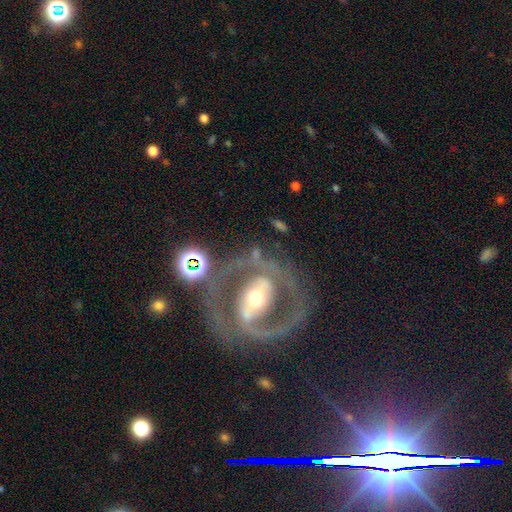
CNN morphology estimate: Q: Smooth or featured?
A: featured or disk (79%); runner-up: smooth (13%)
Q: Edge-on disk?
A: no (94%); runner-up: yes (6%)
Q: Bar?
A: strong (50%); runner-up: weak (27%)
Q: Spiral arms?
A: yes (65%); runner-up: no (35%)
Q: Bulge size?
A: moderate (69%); runner-up: small (17%)
Q: Merging?
A: none (66%); runner-up: minor disturbance (14%)